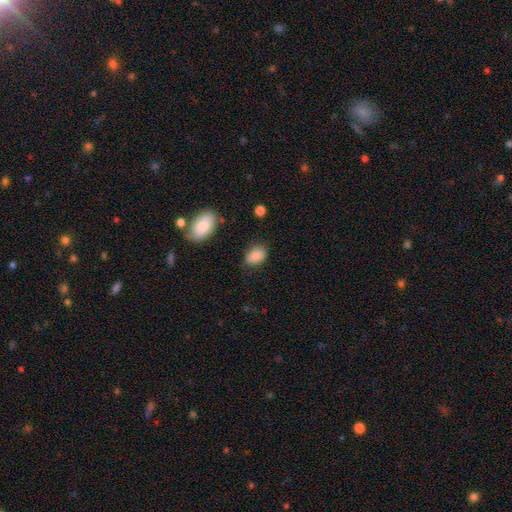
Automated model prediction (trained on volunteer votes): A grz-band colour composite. It shows a smooth galaxy with no disk features (88%) that is in between round and cigar-shaped (86%). Merging: none (75%).